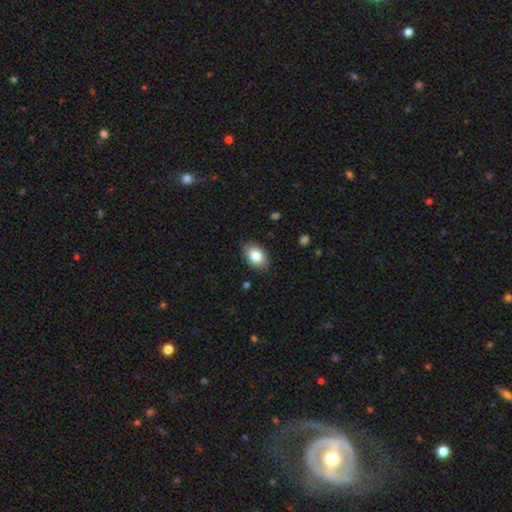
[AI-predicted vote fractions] This appears to be a smooth galaxy with no disk features (81%) that is in between round and cigar-shaped (86%). Merging: none (85%).